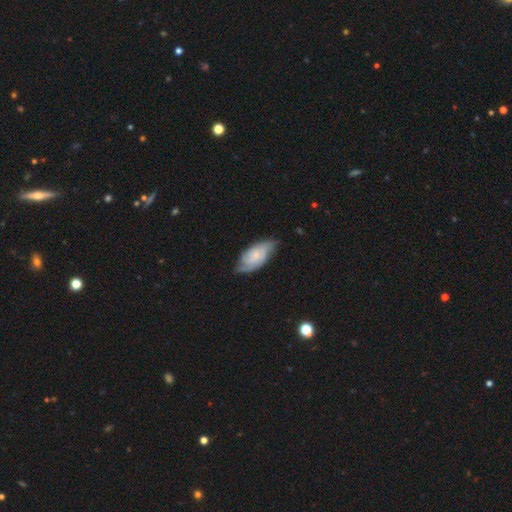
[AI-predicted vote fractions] featured or disk 64%, smooth 31%, star or artifact 6%. Down the decision tree: edge-on disk — no (94%); bar — no (69%); spiral arms — yes (92%); spiral arm count — 2 (41%); spiral winding — tight (53%); bulge size — small (62%); merging — none (66%).